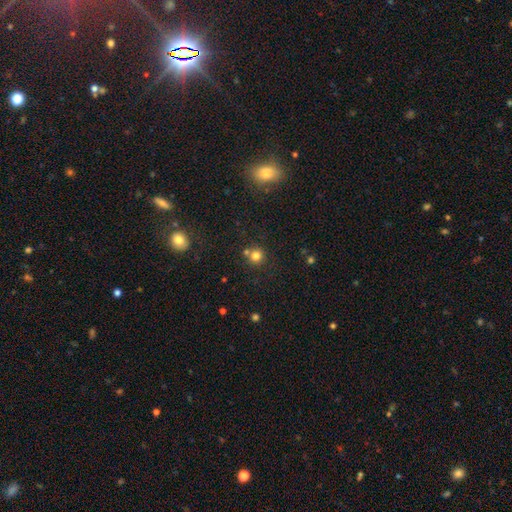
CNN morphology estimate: A smooth galaxy with no disk features (78%) that is round (91%).

Vote fractions:
- Smooth or featured? smooth: 78% / star or artifact: 15% / featured or disk: 7%
- How rounded? round: 91% / in between: 8% / cigar-shaped: 1%
- Merging? none: 66% / merger: 23% / minor disturbance: 8% / major disturbance: 3%